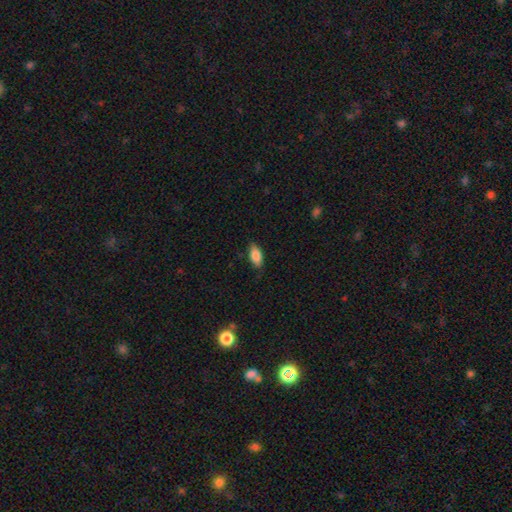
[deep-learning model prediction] Q: Smooth or featured?
A: smooth (84%); runner-up: featured or disk (9%)
Q: How rounded?
A: in between (89%); runner-up: cigar-shaped (9%)
Q: Merging?
A: none (82%); runner-up: minor disturbance (14%)